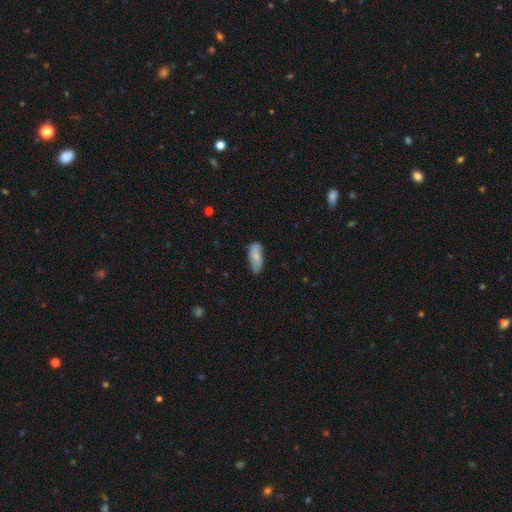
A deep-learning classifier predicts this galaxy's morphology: type=smooth (72%); roundness=in between (82%); merging=none (68%).